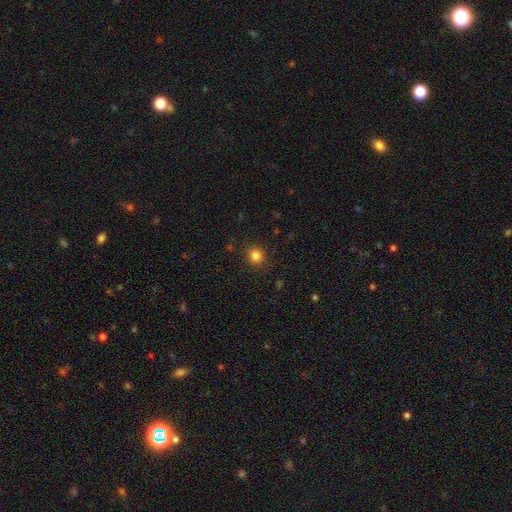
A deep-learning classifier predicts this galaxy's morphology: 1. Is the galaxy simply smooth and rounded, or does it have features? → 83% smooth, 12% star or artifact, 5% featured or disk.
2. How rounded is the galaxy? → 88% round, 11% in between, 1% cigar-shaped.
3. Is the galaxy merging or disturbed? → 88% none, 8% minor disturbance, 3% major disturbance, 1% merger.